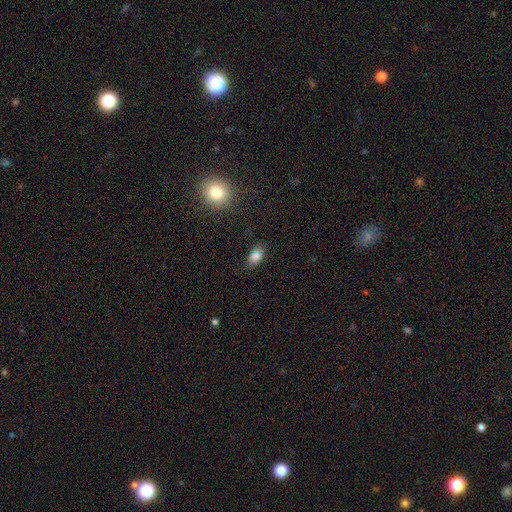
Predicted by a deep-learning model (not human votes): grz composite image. It shows a smooth galaxy with no disk features (80%) that is in between round and cigar-shaped (86%). Merging: none (73%).